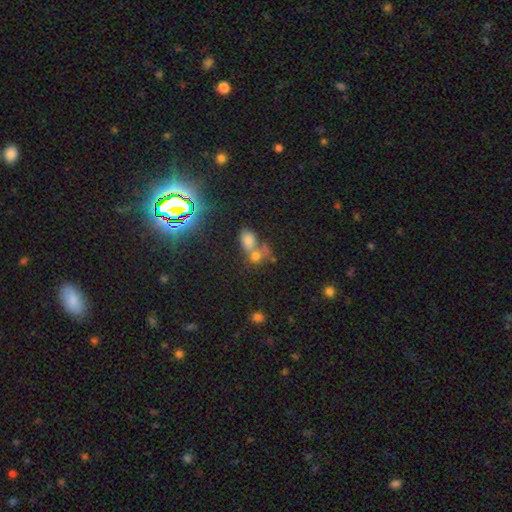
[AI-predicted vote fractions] Smooth or featured? Predicted: smooth (p=0.64). How rounded? Predicted: round (p=0.51). Merging? Predicted: merger (p=0.58).